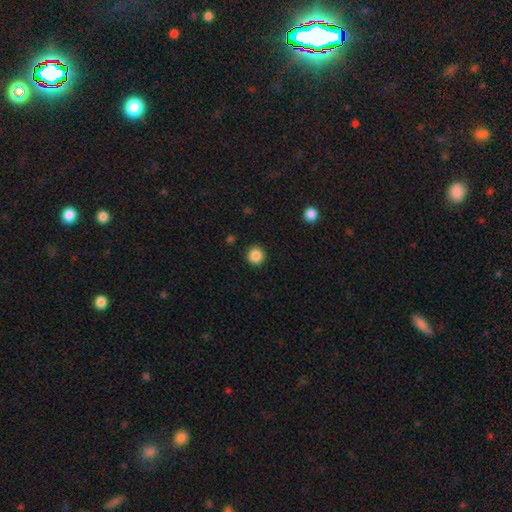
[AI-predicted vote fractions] Smooth or featured? Predicted: smooth (p=0.87). How rounded? Predicted: round (p=0.94). Merging? Predicted: none (p=0.92).